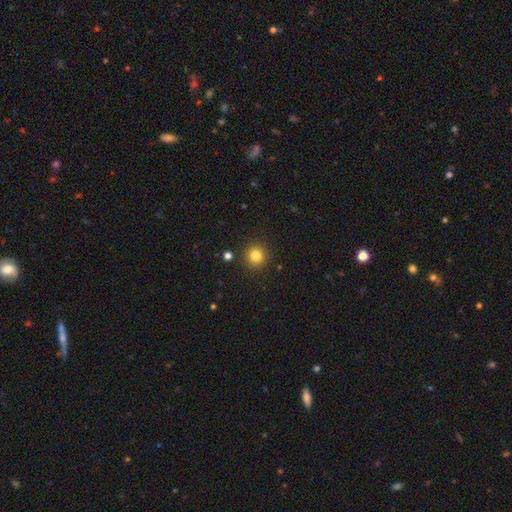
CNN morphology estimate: Overall: smooth (82%). How rounded: round (94%). Merging: none (91%).